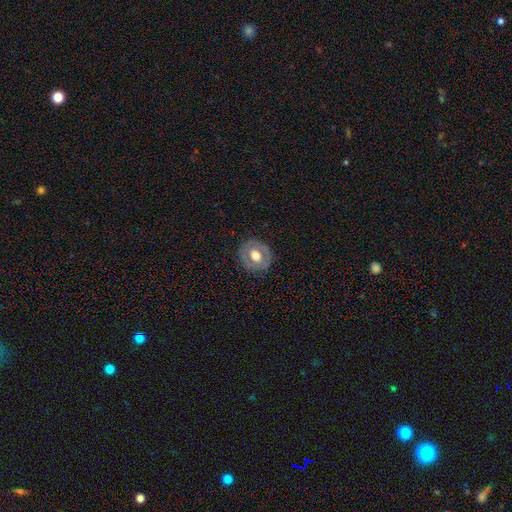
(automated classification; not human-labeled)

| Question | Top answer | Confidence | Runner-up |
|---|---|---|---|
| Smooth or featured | featured or disk | 49% | smooth (44%) |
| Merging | none | 82% | minor disturbance (13%) |